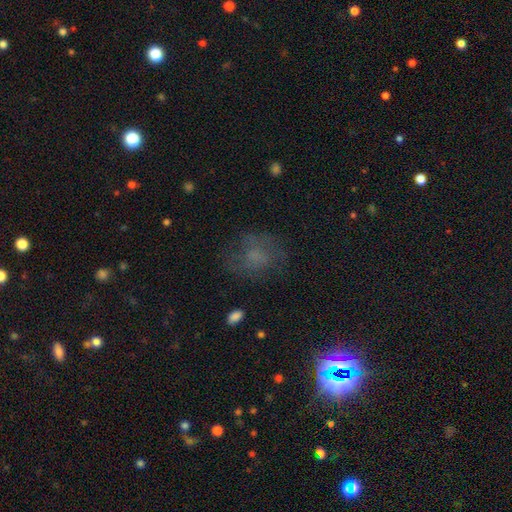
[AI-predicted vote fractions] Overall: smooth (45%; featured or disk 29%). Merging: none (63%).